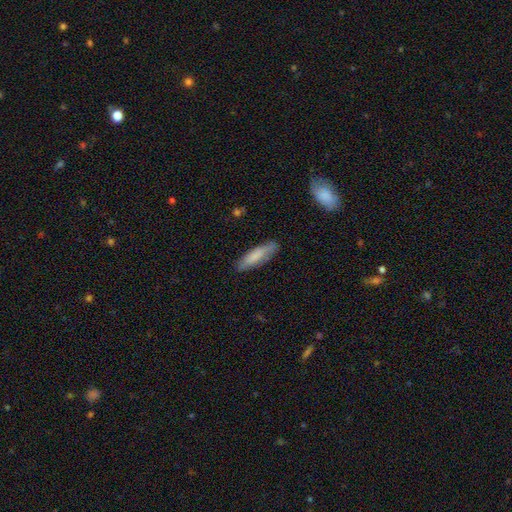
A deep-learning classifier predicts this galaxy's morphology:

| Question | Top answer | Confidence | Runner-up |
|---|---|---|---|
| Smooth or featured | smooth | 77% | featured or disk (17%) |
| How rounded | cigar-shaped | 63% | in between (36%) |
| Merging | none | 82% | minor disturbance (14%) |